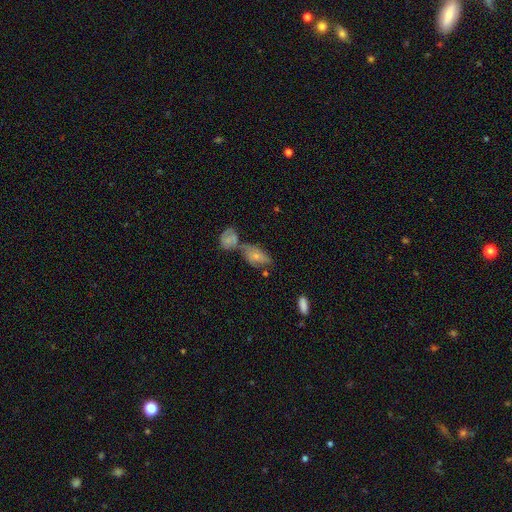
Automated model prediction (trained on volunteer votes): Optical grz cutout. It shows a smooth galaxy with no disk features (65%) that is in between round and cigar-shaped (87%). Merging: merger (39%).